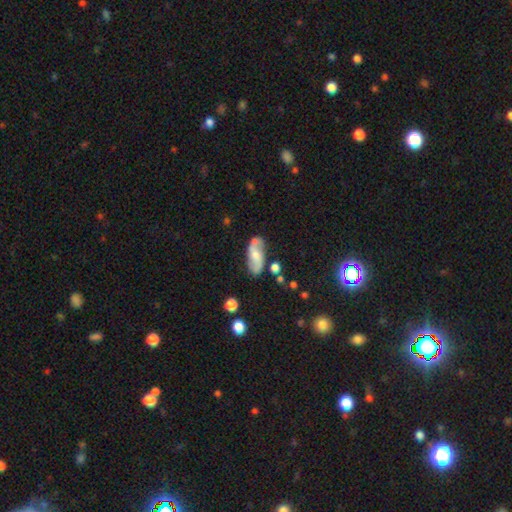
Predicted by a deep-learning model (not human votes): featured or disk 57%, smooth 36%, star or artifact 7%. Down the decision tree: edge-on disk — no (92%); bar — no (55%); spiral arms — yes (84%); bulge size — moderate (46%); merging — none (64%).